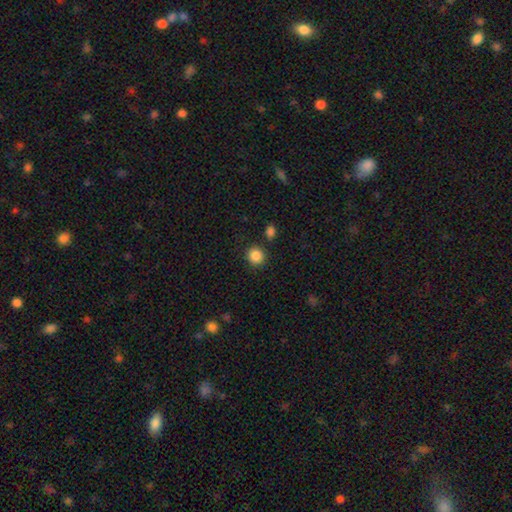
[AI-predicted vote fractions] Morphology: type=smooth (87%); roundness=round (89%); merging=none (87%).